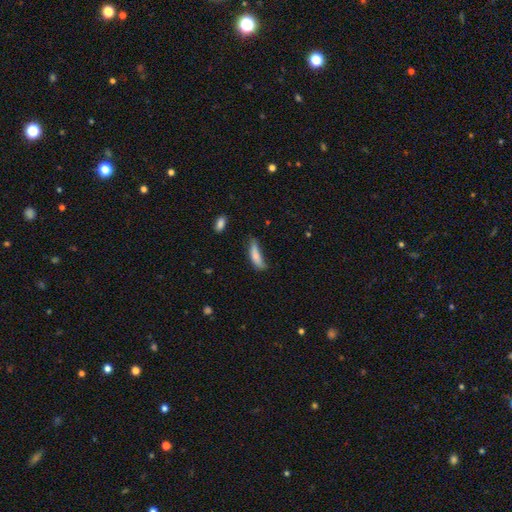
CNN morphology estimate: smooth-or-featured: smooth: 75% | featured or disk: 18% | star or artifact: 7%
  how-rounded: cigar-shaped: 60% | in between: 38% | round: 2%
  merging: none: 41% | minor disturbance: 39% | major disturbance: 16% | merger: 4%